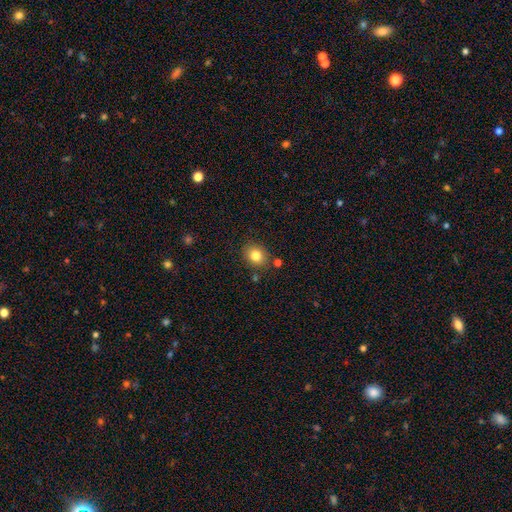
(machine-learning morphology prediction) A smooth galaxy with no disk features (82%) that is round (63%). Merging: none (82%).